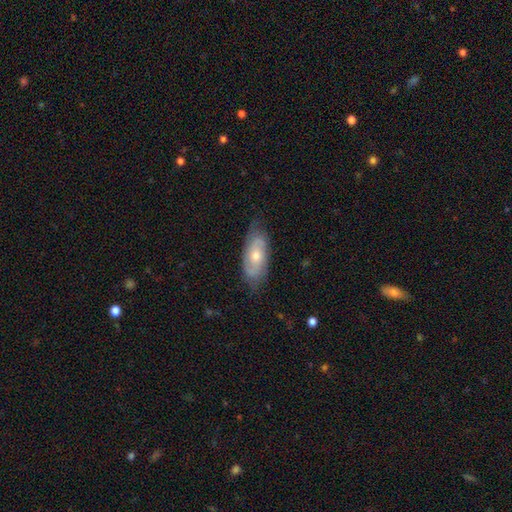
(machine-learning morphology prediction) Smooth or featured?
  - featured or disk: 58% *
  - smooth: 35%
  - star or artifact: 6%
Edge-on disk?
  - no: 86% *
  - yes: 14%
Bar?
  - no: 74% *
  - weak: 21%
  - strong: 4%
Spiral arms?
  - yes: 76% *
  - no: 24%
Bulge size?
  - moderate: 61% *
  - small: 34%
  - large: 3%
  - none: 1%
  - dominant: 1%
Merging?
  - none: 73% *
  - minor disturbance: 21%
  - major disturbance: 5%
  - merger: 1%